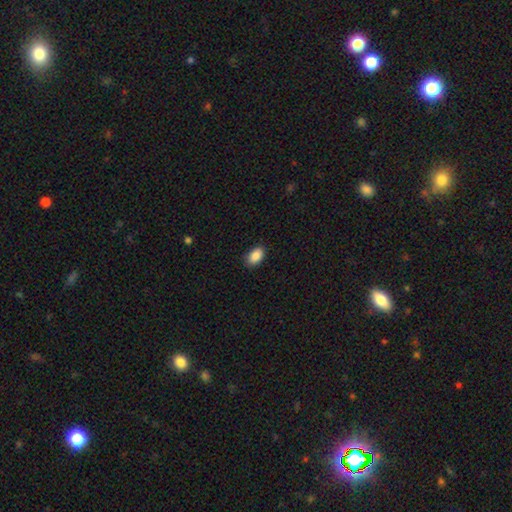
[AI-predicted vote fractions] Morphology: type=smooth (90%); roundness=in between (92%); merging=none (87%).